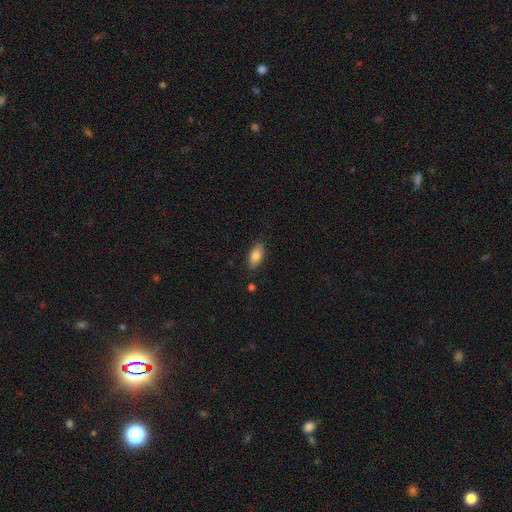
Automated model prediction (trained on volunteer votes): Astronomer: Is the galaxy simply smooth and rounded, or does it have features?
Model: smooth — 82%.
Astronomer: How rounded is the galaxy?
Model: in between — 88%.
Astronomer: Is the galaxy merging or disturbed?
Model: none — 85%.